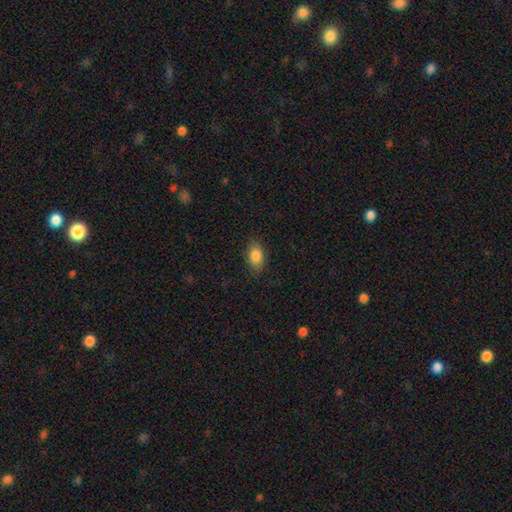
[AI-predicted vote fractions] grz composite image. It shows a smooth galaxy with no disk features (86%) that is in between round and cigar-shaped (88%). Merging: none (83%).